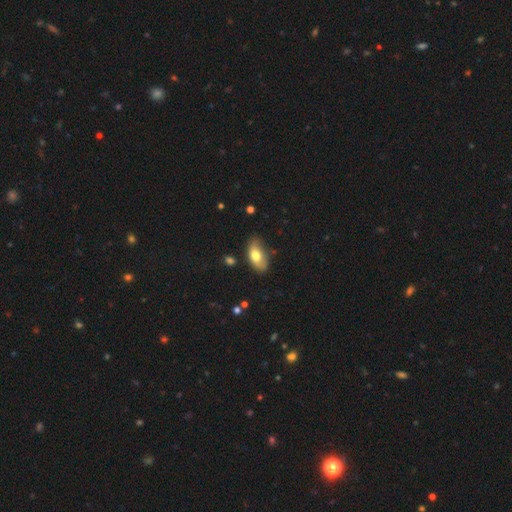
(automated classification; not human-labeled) This appears to be a smooth galaxy with no disk features (72%) that is in between round and cigar-shaped (91%). Merging: none (68%).